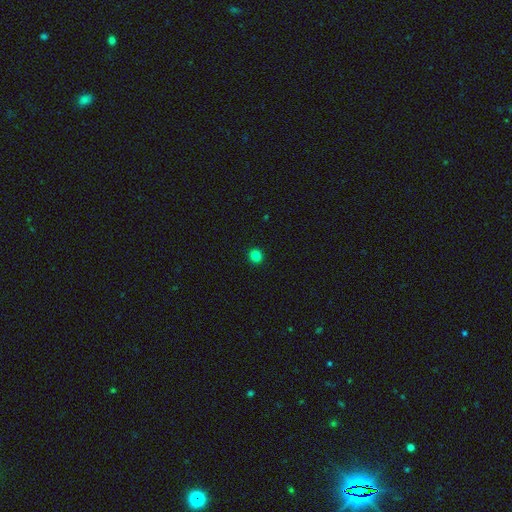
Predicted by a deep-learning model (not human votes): This appears to be a smooth galaxy with no disk features (84%) that is round (89%). Merging: none (93%).